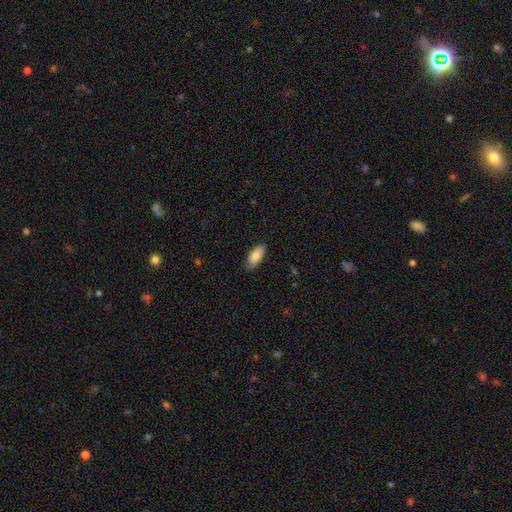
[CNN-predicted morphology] The model was most divided on "merging": none: 80%, minor disturbance: 17%, major disturbance: 3%, merger: 1%. More confident: how rounded — in between (85%); smooth or featured — smooth (80%).